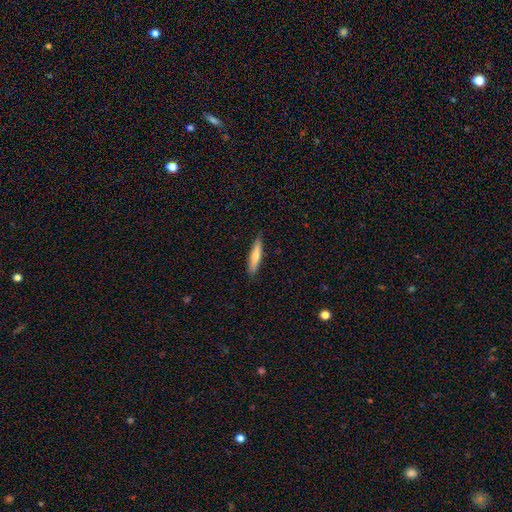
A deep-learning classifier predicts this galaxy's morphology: smooth_or_featured: smooth (p=0.66) [alt: featured or disk p=0.29]
how_rounded: cigar-shaped (p=0.85) [alt: in between p=0.14]
merging: none (p=0.87) [alt: minor disturbance p=0.10]